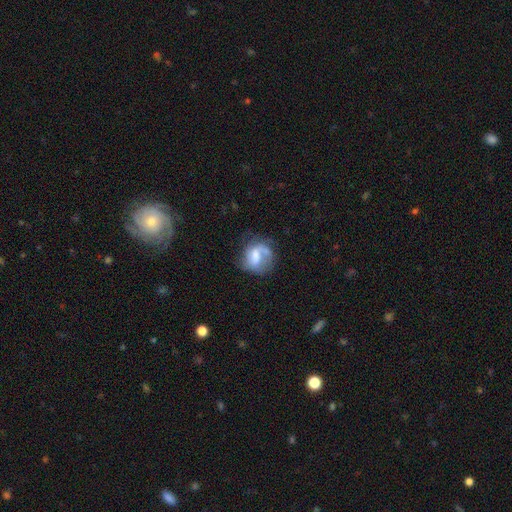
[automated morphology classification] Smooth or featured: featured or disk — 51% (smooth — 41%)
Edge-on disk: no — 97% (yes — 3%)
Merging: none — 43% (major disturbance — 26%)